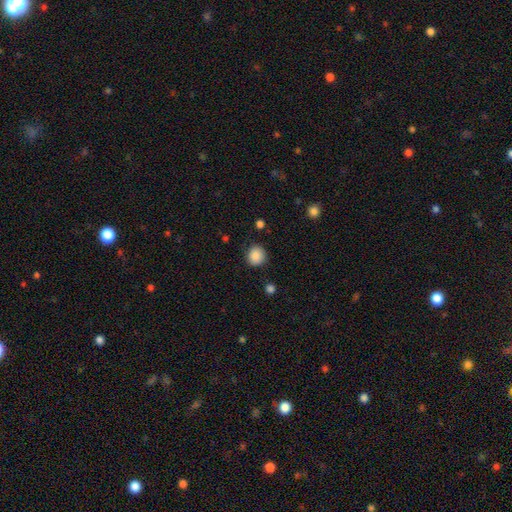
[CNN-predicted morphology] Smooth or featured: smooth — 88% (star or artifact — 9%)
How rounded: round — 84% (in between — 15%)
Merging: none — 83% (minor disturbance — 12%)